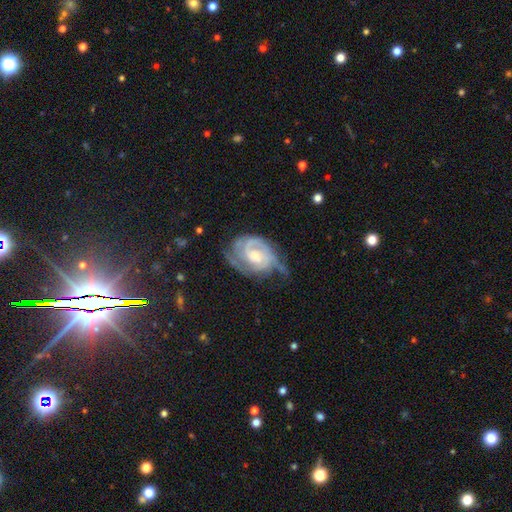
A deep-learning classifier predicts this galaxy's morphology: smooth-or-featured: featured or disk: 85% | smooth: 9% | star or artifact: 5%
  disk-edge-on: no: 97% | yes: 3%
    bar: no: 57% | weak: 36% | strong: 7%
    has-spiral-arms: yes: 95% | no: 5%
      spiral-winding: tight: 59% | medium: 33% | loose: 8%
      spiral-arm-count: 2: 48% | can't tell: 23% | 3: 15% | 1: 6% | 4: 4% | more than 4: 3%
    bulge-size: moderate: 48% | small: 36% | large: 8% | none: 5% | dominant: 1%
  merging: none: 48% | minor disturbance: 30% | major disturbance: 20% | merger: 2%